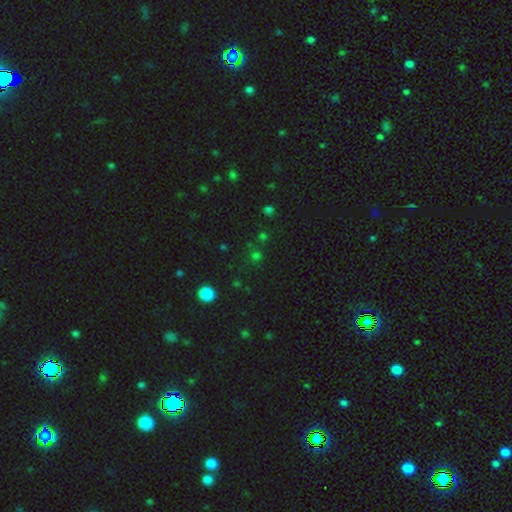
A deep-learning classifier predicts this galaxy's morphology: Smooth or featured: smooth — 57% (star or artifact — 37%)
How rounded: round — 89% (in between — 10%)
Merging: none — 78% (minor disturbance — 10%)